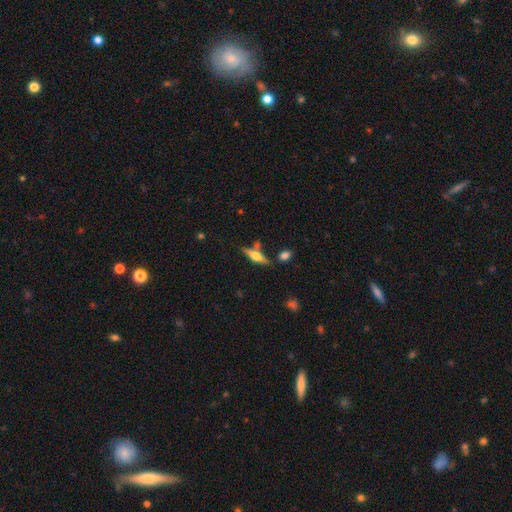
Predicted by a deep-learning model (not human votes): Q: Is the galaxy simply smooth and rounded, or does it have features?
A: featured or disk — 57%.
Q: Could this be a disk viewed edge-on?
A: yes — 95%.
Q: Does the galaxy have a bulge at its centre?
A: rounded — 87%.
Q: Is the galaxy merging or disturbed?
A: none — 73%.